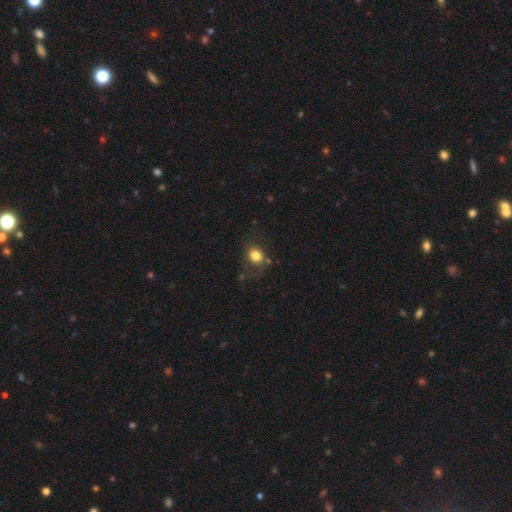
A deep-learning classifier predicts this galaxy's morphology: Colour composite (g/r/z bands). It shows a smooth galaxy with no disk features (80%) that is round (55%). Merging: none (63%).